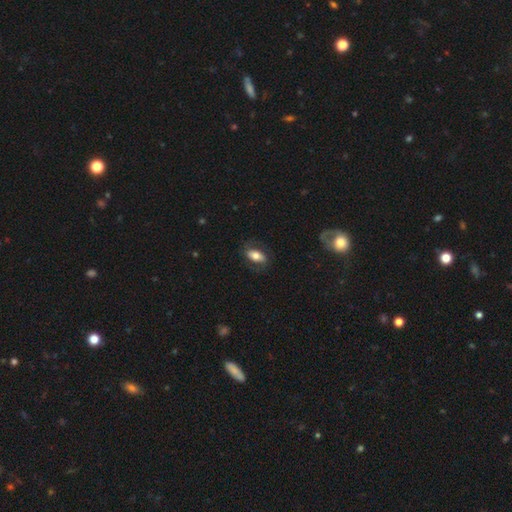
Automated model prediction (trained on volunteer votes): Smooth or featured? smooth (62%)
How rounded? in between (87%)
Merging? none (74%)